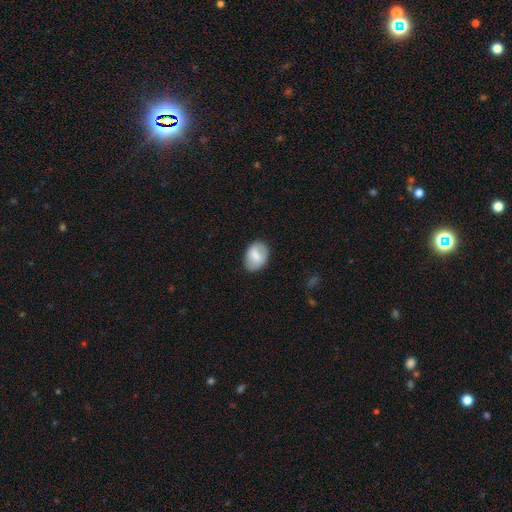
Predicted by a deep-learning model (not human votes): Smooth or featured? smooth (71%)
How rounded? in between (80%)
Merging? none (79%)